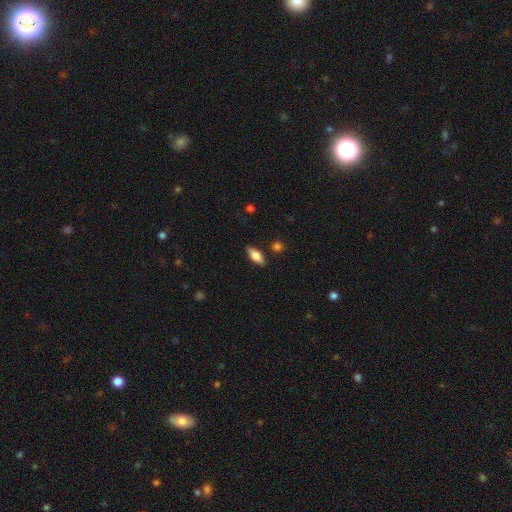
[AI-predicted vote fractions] Smooth or featured? smooth (65%)
How rounded? in between (75%)
Merging? none (85%)